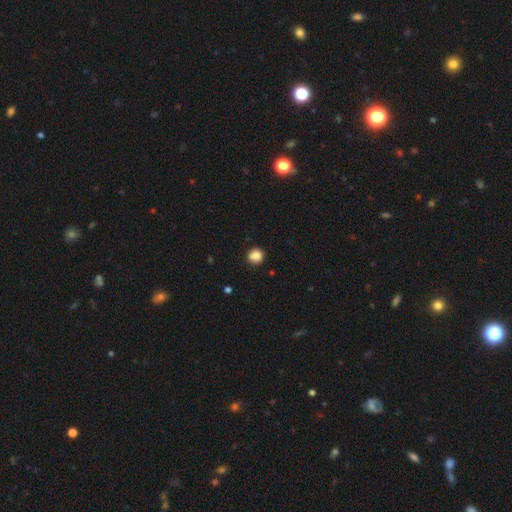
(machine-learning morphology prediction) A smooth galaxy with no disk features (85%) that is round (83%). Merging: none (81%).